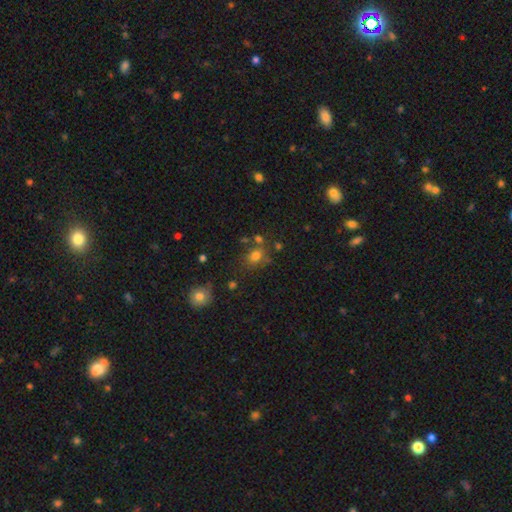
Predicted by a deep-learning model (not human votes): Morphology: type=smooth (75%); roundness=round (54%); merging=none (65%).